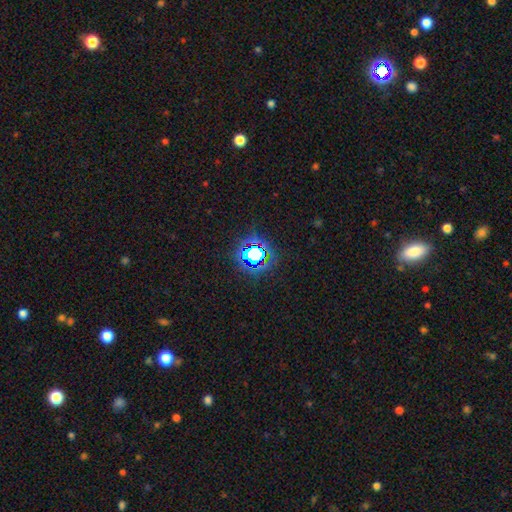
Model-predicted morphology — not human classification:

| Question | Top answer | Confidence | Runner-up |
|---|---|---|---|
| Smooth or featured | star or artifact | 67% | smooth (23%) |